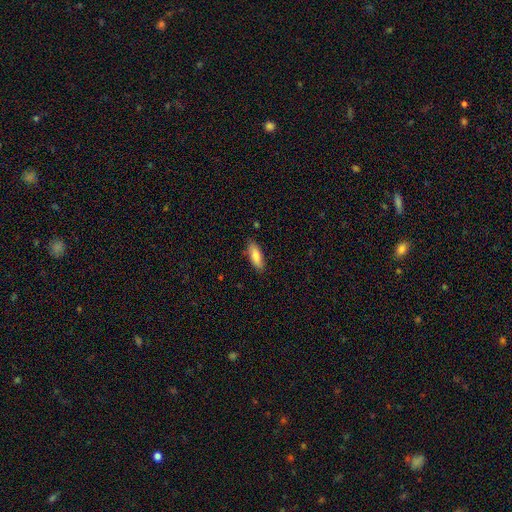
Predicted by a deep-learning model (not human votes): This is likely a smooth galaxy (80%). How rounded: likely in between (68%). Merging: clearly none (85%).